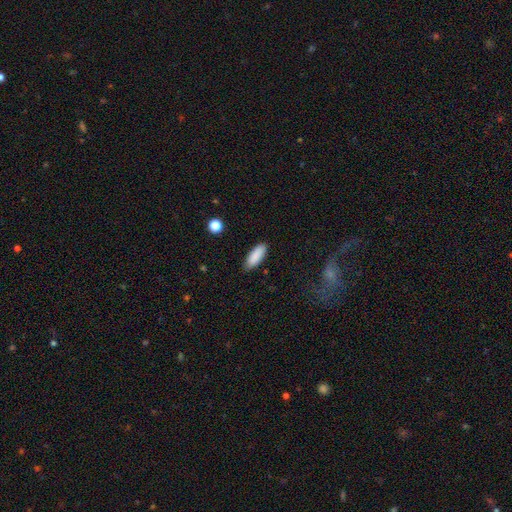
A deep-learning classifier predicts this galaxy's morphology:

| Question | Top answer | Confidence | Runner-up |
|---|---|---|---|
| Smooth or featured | smooth | 88% | star or artifact (7%) |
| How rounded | in between | 69% | cigar-shaped (29%) |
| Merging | none | 86% | minor disturbance (10%) |